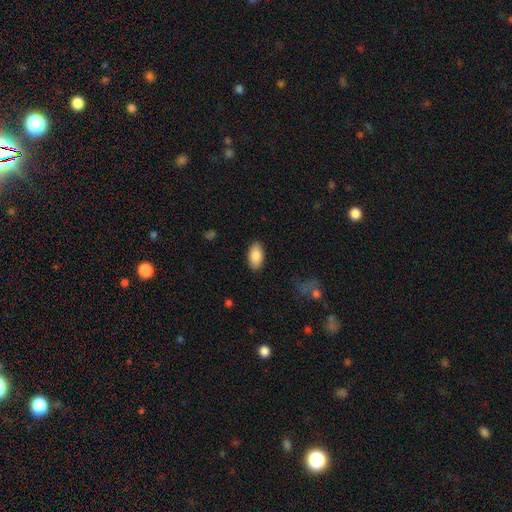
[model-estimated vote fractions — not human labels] A smooth galaxy with no disk features (89%) that is in between round and cigar-shaped (95%). Merging: none (87%).